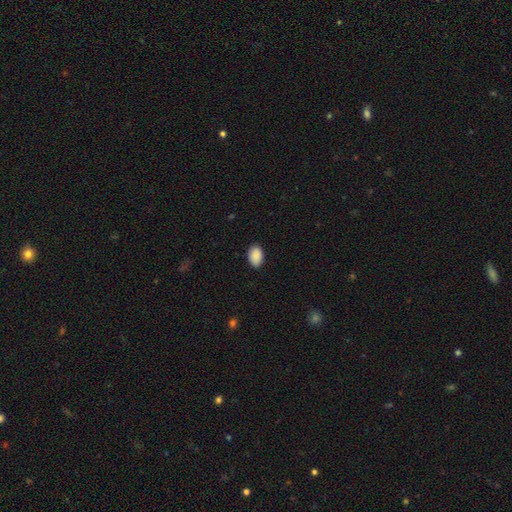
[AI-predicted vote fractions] Overall: smooth (91%). How rounded: in between (88%). Merging: none (87%).